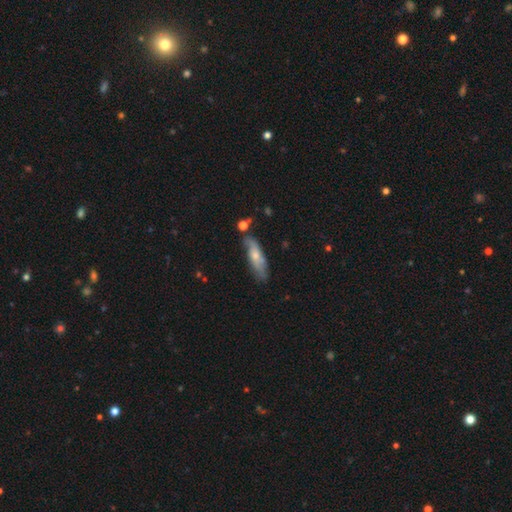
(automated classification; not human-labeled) Q: Smooth or featured?
A: smooth (52%); runner-up: featured or disk (42%)
Q: How rounded?
A: cigar-shaped (53%); runner-up: in between (44%)
Q: Merging?
A: none (63%); runner-up: minor disturbance (24%)